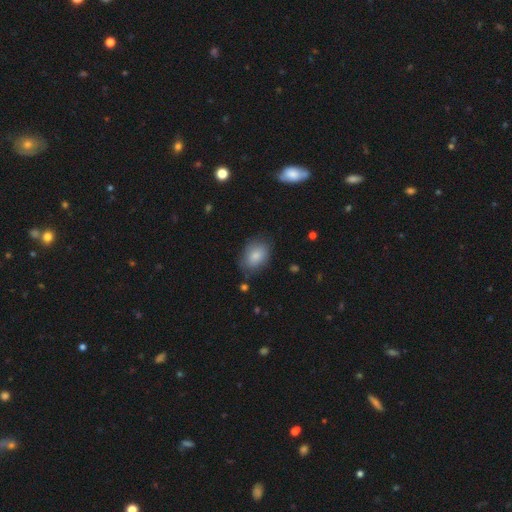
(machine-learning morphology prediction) A smooth galaxy with no disk features (84%) that is in between round and cigar-shaped (81%).

Vote fractions:
- Smooth or featured? smooth: 84% / featured or disk: 9% / star or artifact: 7%
- How rounded? in between: 81% / round: 17% / cigar-shaped: 1%
- Merging? none: 76% / minor disturbance: 18% / major disturbance: 5% / merger: 2%